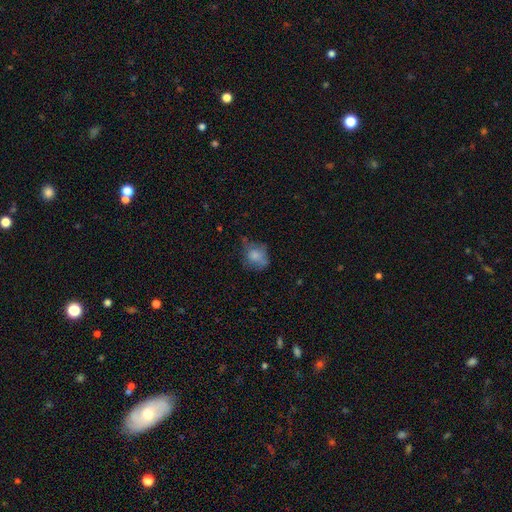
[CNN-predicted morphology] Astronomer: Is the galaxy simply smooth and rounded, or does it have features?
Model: smooth — 69%.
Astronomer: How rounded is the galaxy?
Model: round — 56% (runner-up: in between, 42%).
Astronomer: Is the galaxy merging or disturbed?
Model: none — 44% (runner-up: minor disturbance, 32%).